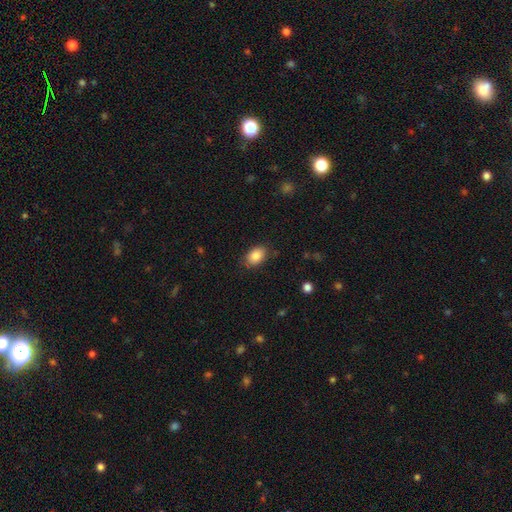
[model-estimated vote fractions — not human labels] A smooth galaxy with no disk features (86%) that is in between round and cigar-shaped (85%).

Vote fractions:
- Smooth or featured? smooth: 86% / star or artifact: 8% / featured or disk: 7%
- How rounded? in between: 85% / round: 14% / cigar-shaped: 1%
- Merging? none: 82% / minor disturbance: 14% / major disturbance: 3% / merger: 1%